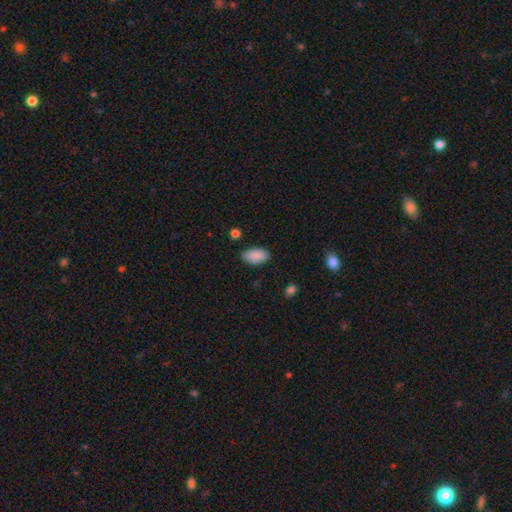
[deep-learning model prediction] smooth 89%, star or artifact 7%, featured or disk 4%. Down the decision tree: how rounded — in between (94%); merging — none (82%).